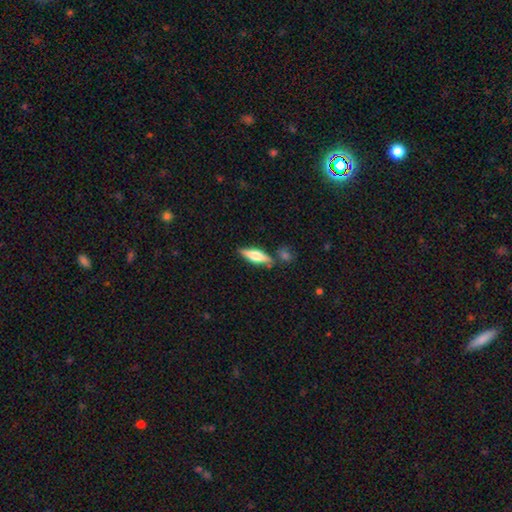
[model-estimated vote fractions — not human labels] Smooth or featured?
  - featured or disk: 48% *
  - smooth: 46%
  - star or artifact: 6%
Merging?
  - none: 75% *
  - minor disturbance: 13%
  - merger: 8%
  - major disturbance: 3%